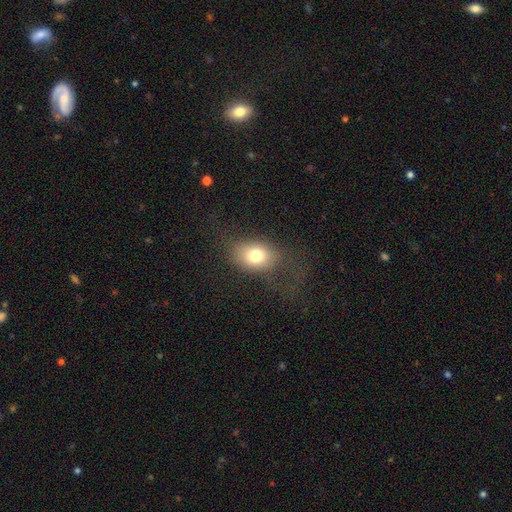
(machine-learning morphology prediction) Smooth or featured? Predicted: smooth (p=0.76). How rounded? Predicted: in between (p=0.75). Merging? Predicted: none (p=0.63).